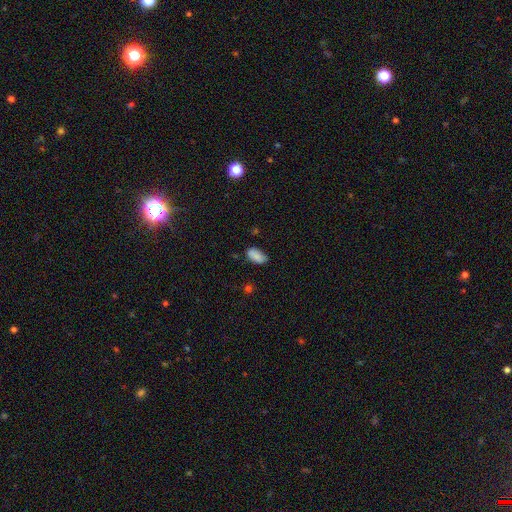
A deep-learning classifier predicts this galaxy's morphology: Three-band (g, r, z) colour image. It shows a smooth galaxy with no disk features (86%) that is in between round and cigar-shaped (94%). Merging: none (72%).